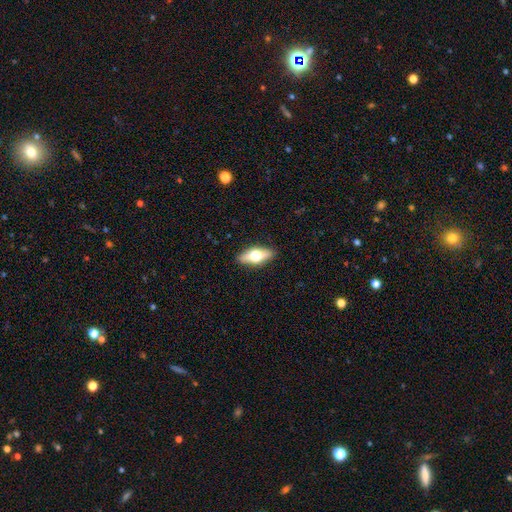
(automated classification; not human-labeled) smooth-or-featured: smooth: 57% | featured or disk: 36% | star or artifact: 7%
  how-rounded: in between: 75% | cigar-shaped: 21% | round: 4%
  merging: none: 89% | minor disturbance: 8% | major disturbance: 2% | merger: 1%